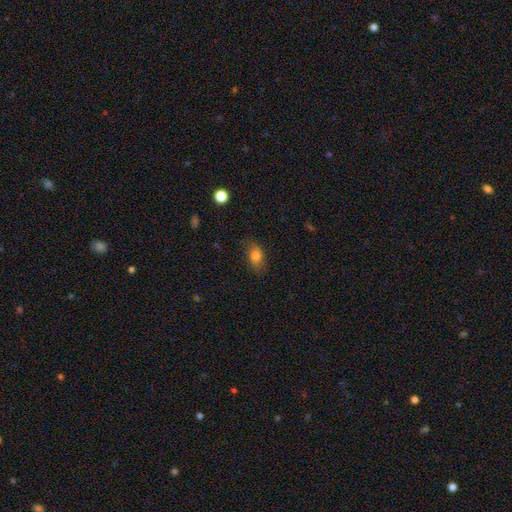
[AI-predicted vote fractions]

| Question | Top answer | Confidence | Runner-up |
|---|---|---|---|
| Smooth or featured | smooth | 80% | featured or disk (10%) |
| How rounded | in between | 79% | round (18%) |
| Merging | none | 77% | minor disturbance (17%) |